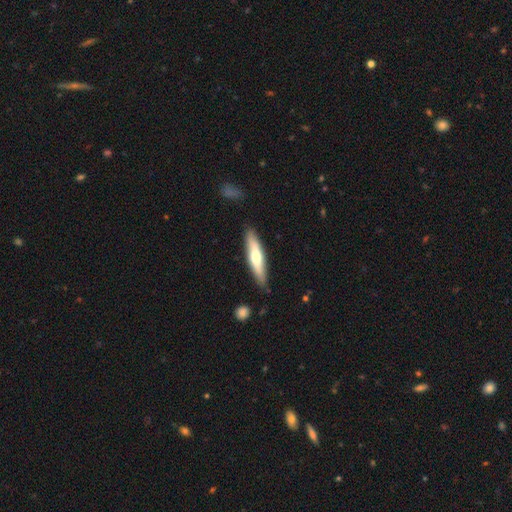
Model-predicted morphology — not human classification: Q: Smooth or featured?
A: smooth (53%); runner-up: featured or disk (42%)
Q: How rounded?
A: cigar-shaped (84%); runner-up: in between (15%)
Q: Merging?
A: none (86%); runner-up: minor disturbance (11%)